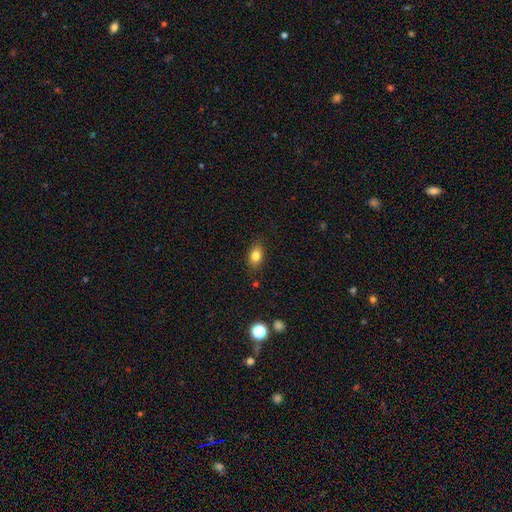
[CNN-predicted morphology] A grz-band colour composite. It shows a smooth galaxy with no disk features (81%) that is in between round and cigar-shaped (80%). Merging: none (83%).